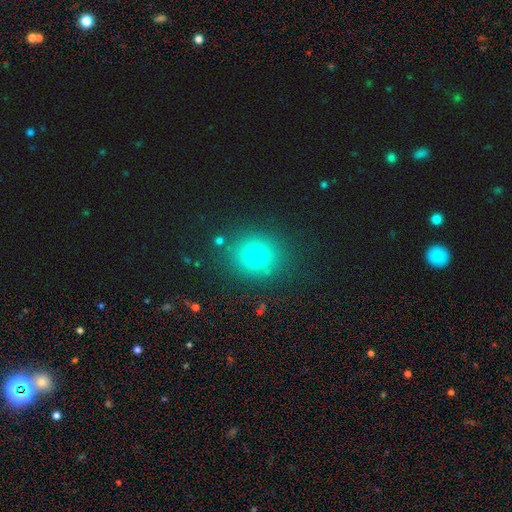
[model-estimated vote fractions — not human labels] This appears to be a smooth galaxy with no disk features (73%) that is round (80%). Merging: none (85%).